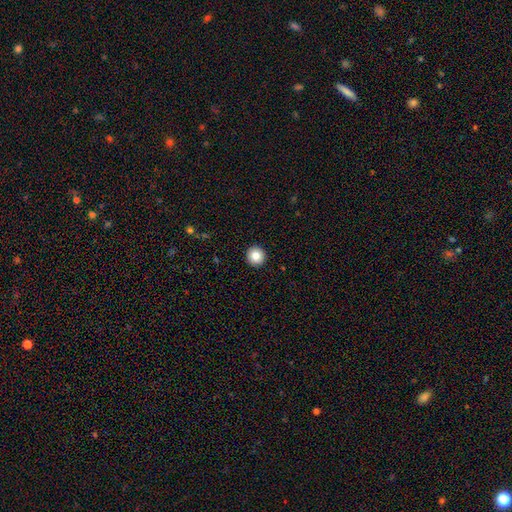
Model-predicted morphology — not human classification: Smooth or featured? Predicted: smooth (p=0.83). How rounded? Predicted: round (p=0.96). Merging? Predicted: none (p=0.94).